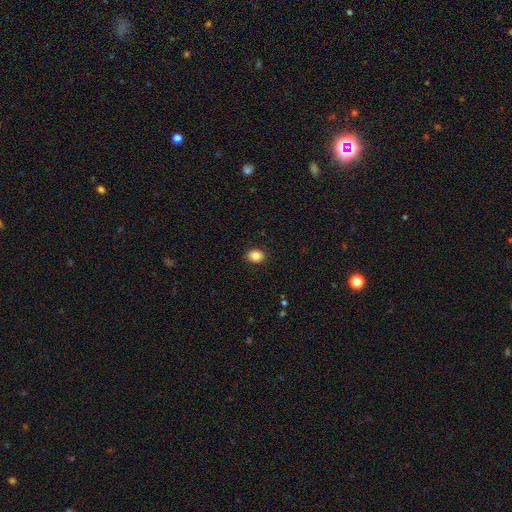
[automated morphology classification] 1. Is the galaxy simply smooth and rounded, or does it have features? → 85% smooth, 9% star or artifact, 6% featured or disk.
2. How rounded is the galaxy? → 54% in between, 45% round, 1% cigar-shaped.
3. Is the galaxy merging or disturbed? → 89% none, 8% minor disturbance, 2% major disturbance, 1% merger.